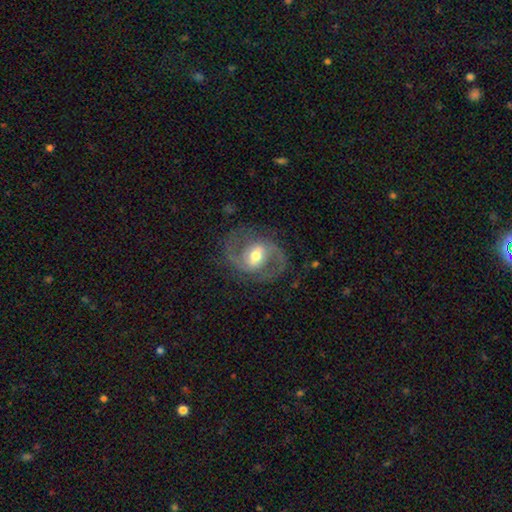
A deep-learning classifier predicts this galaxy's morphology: featured or disk 88%, smooth 7%, star or artifact 5%. Down the decision tree: edge-on disk — no (97%); bar — weak (48%); spiral arms — yes (95%); spiral arm count — 2 (92%); spiral winding — medium (60%); bulge size — moderate (69%); merging — none (78%).